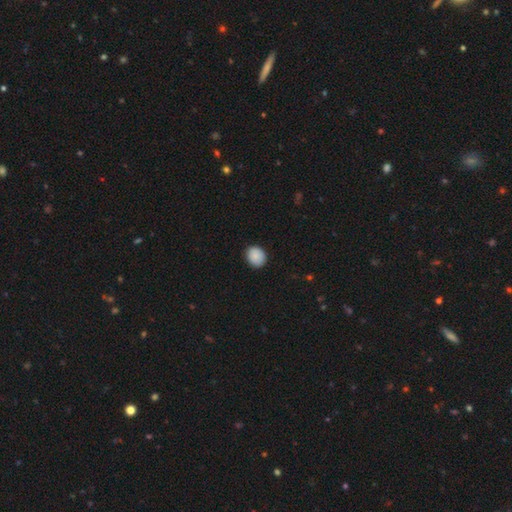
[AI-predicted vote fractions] smooth_or_featured: smooth (p=0.88) [alt: star or artifact p=0.08]
how_rounded: round (p=0.57) [alt: in between p=0.42]
merging: none (p=0.88) [alt: minor disturbance p=0.10]